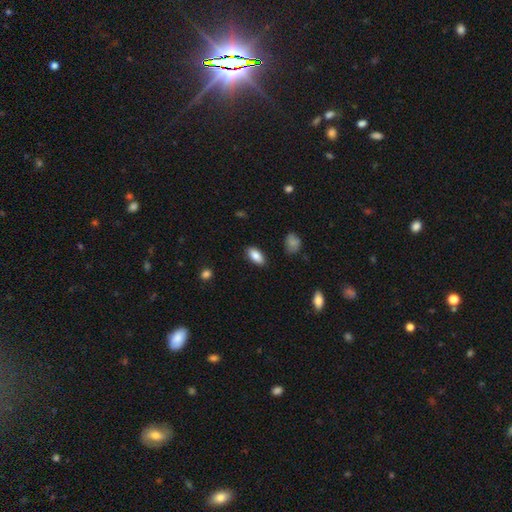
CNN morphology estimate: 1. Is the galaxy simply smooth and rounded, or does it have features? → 85% smooth, 8% featured or disk, 7% star or artifact.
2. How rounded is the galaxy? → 91% in between, 7% cigar-shaped, 3% round.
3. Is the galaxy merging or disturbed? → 86% none, 11% minor disturbance, 2% major disturbance, 1% merger.